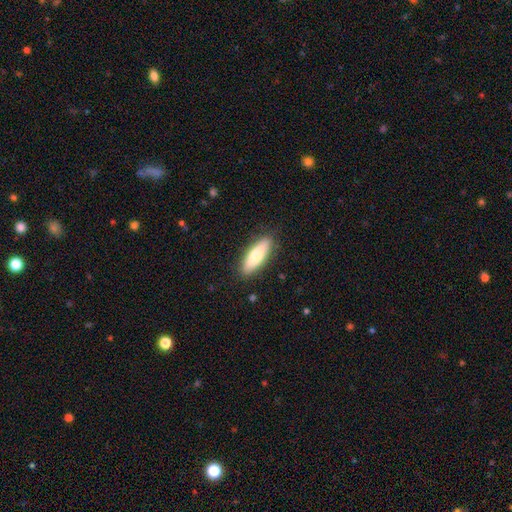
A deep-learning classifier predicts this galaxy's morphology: Smooth or featured: smooth — 74% (featured or disk — 20%)
How rounded: in between — 55% (cigar-shaped — 43%)
Merging: none — 87% (minor disturbance — 10%)